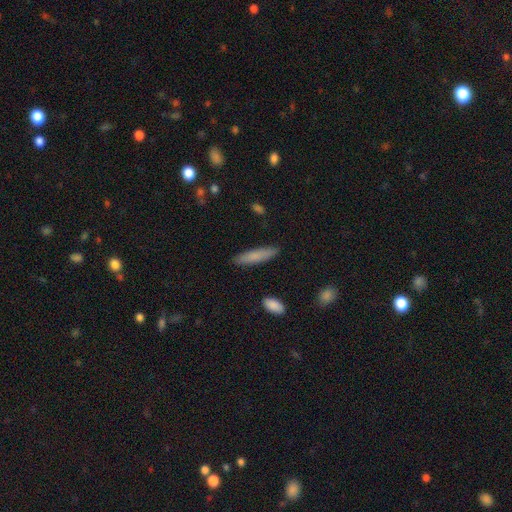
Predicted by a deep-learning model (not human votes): smooth-or-featured: smooth: 80% | featured or disk: 14% | star or artifact: 7%
  how-rounded: cigar-shaped: 83% | in between: 15% | round: 2%
  merging: none: 89% | minor disturbance: 8% | major disturbance: 2% | merger: 2%